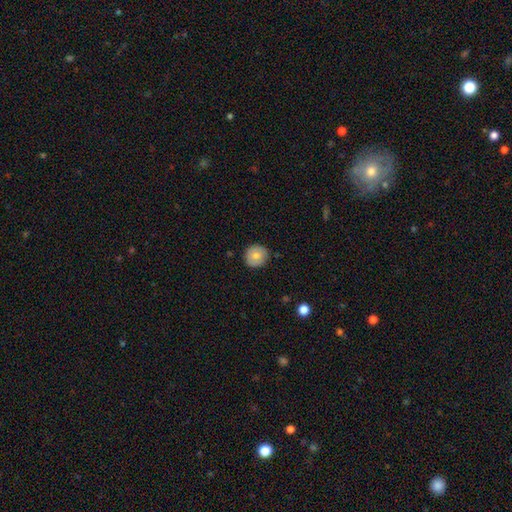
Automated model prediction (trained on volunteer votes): This is likely a smooth galaxy (76%). How rounded: clearly round (92%). Merging: clearly none (88%).